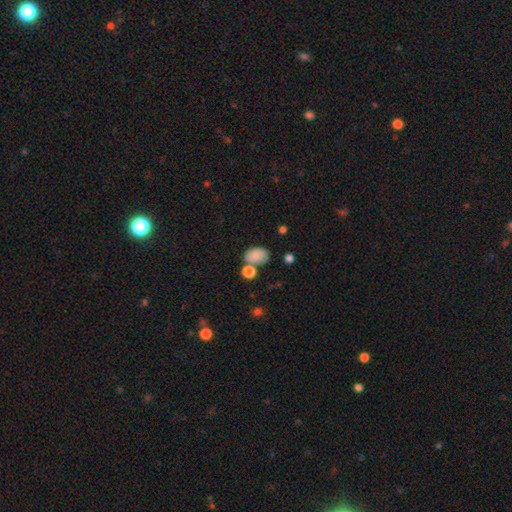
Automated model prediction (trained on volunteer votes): smooth-or-featured: smooth: 83% | star or artifact: 9% | featured or disk: 8%
  how-rounded: in between: 84% | round: 15% | cigar-shaped: 1%
  merging: none: 59% | minor disturbance: 18% | merger: 17% | major disturbance: 6%